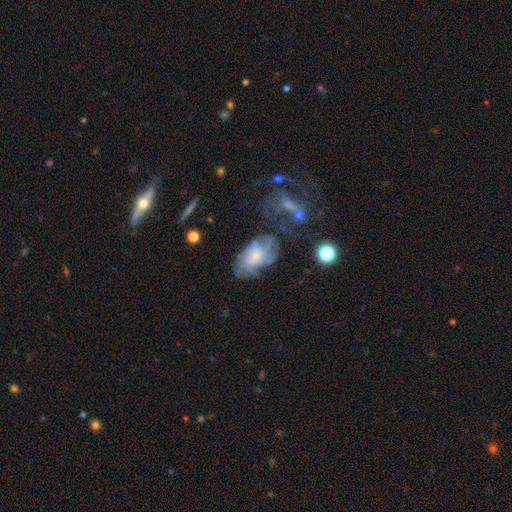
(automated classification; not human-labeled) Smooth or featured?
  - featured or disk: 56% *
  - smooth: 34%
  - star or artifact: 10%
Edge-on disk?
  - no: 95% *
  - yes: 5%
Bar?
  - no: 76% *
  - weak: 21%
  - strong: 3%
Spiral arms?
  - yes: 68% *
  - no: 32%
Bulge size?
  - small: 67% *
  - moderate: 23%
  - none: 6%
  - large: 2%
  - dominant: 1%
Merging?
  - none: 48% *
  - minor disturbance: 25%
  - major disturbance: 21%
  - merger: 6%